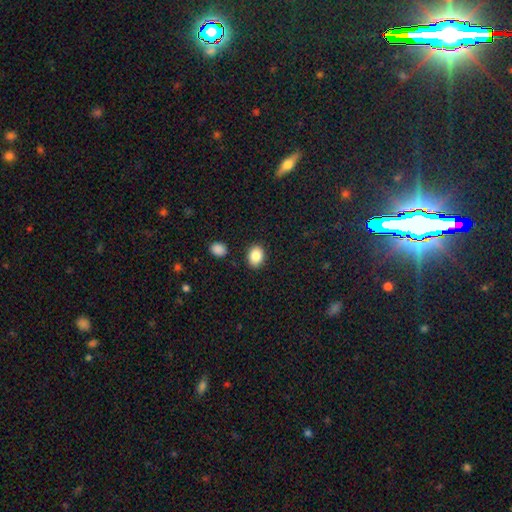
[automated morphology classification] This appears to be a smooth galaxy with no disk features (87%) that is in between round and cigar-shaped (59%). Merging: none (86%).